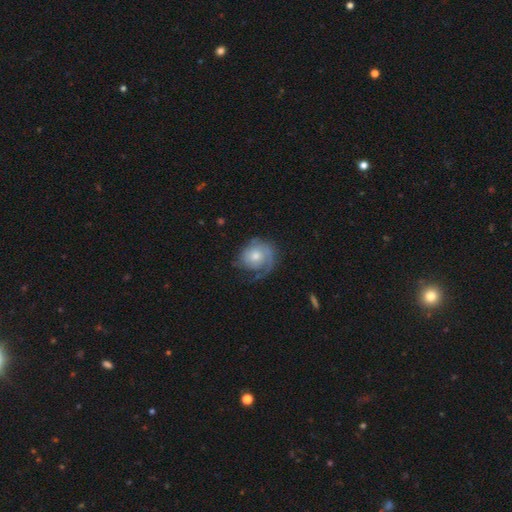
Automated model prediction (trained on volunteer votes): The model was most divided on "spiral winding": tight: 55%, medium: 30%, loose: 15%. More confident: edge-on disk — no (97%); spiral arms — yes (92%); bar — no (76%); smooth or featured — featured or disk (73%); merging — none (61%); bulge size — moderate (61%); spiral arm count — 1 (56%).